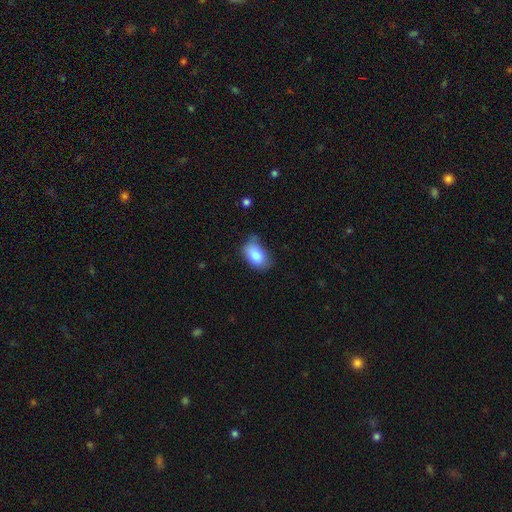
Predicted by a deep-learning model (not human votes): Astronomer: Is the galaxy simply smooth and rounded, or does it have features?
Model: smooth — 83%.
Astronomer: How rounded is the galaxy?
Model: in between — 89%.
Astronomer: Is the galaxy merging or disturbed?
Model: none — 51% (runner-up: minor disturbance, 36%).